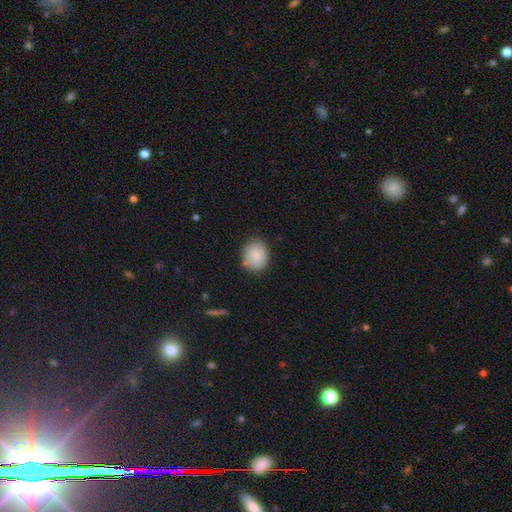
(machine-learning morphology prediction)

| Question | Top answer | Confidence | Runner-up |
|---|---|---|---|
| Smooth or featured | smooth | 84% | featured or disk (9%) |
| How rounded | round | 54% | in between (45%) |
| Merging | none | 79% | minor disturbance (16%) |